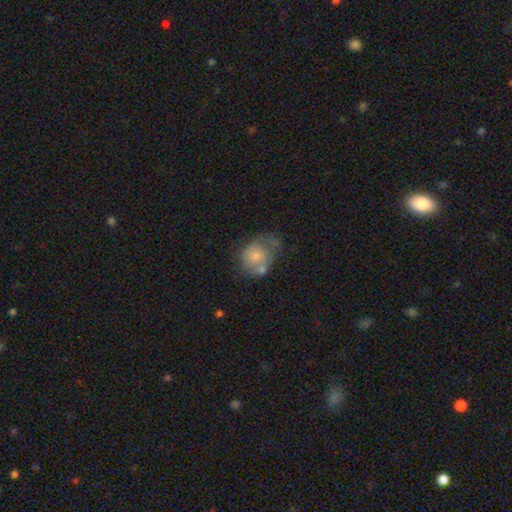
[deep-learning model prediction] Overall: smooth (62%; featured or disk 29%). How rounded: round (52%; in between 47%). Merging: none (31%; minor disturbance 27%).